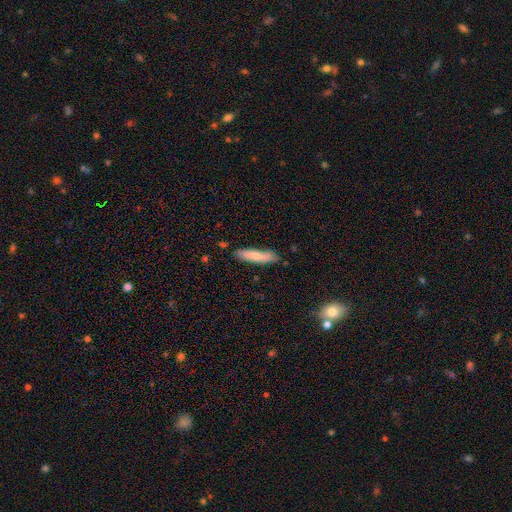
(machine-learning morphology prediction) smooth 77%, featured or disk 18%, star or artifact 6%. Down the decision tree: how rounded — cigar-shaped (81%); merging — none (79%).